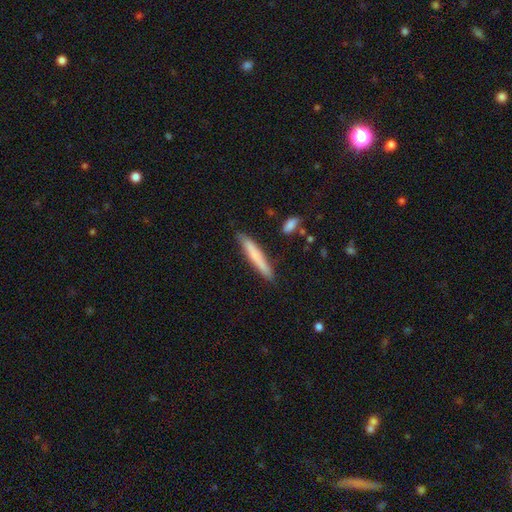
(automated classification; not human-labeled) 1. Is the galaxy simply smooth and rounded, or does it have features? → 72% smooth, 22% featured or disk, 6% star or artifact.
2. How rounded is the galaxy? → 94% cigar-shaped, 5% in between, 1% round.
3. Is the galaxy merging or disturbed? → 84% none, 12% minor disturbance, 2% merger, 2% major disturbance.